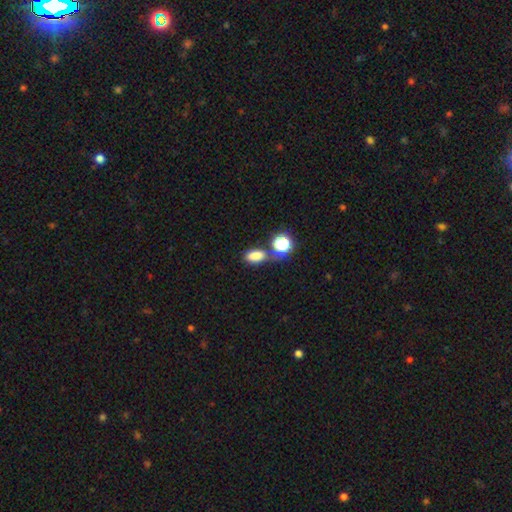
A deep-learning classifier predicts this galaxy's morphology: This appears to be a smooth galaxy with no disk features (78%) that is in between round and cigar-shaped (81%). Merging: none (55%).